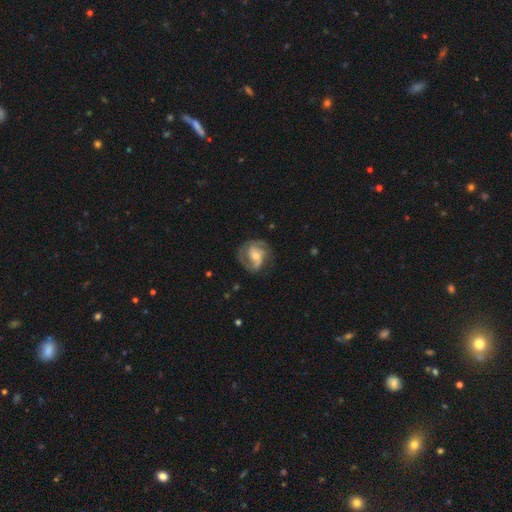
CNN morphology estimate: This appears to be a featured or disk galaxy (75%) with no bar (47%), 2 (66%) medium (47%) spiral arms (90%) and a moderate central bulge (47%). Merging: none (63%).